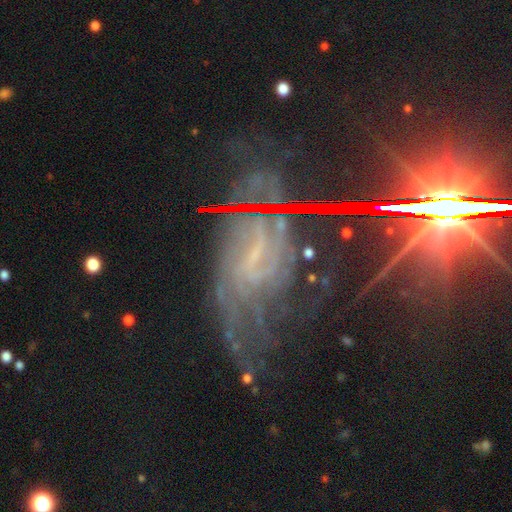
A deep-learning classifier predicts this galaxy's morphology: This appears to be a featured or disk galaxy (65%) with a weak bar (39%), tight (44%) spiral arms (88%) and a small central bulge (65%). Merging: none (48%).